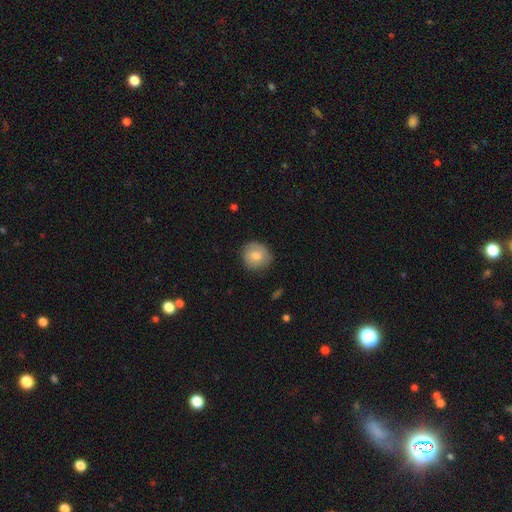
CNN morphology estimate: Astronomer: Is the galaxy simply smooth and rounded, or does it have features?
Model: smooth — 74%.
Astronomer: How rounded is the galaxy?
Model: round — 89%.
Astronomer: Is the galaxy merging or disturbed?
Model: none — 81%.